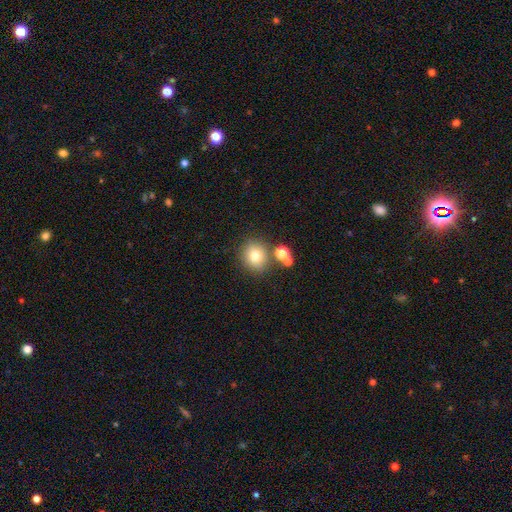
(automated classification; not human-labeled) smooth-or-featured: smooth: 75% | star or artifact: 14% | featured or disk: 11%
  how-rounded: round: 82% | in between: 17% | cigar-shaped: 1%
  merging: none: 74% | merger: 13% | minor disturbance: 10% | major disturbance: 4%